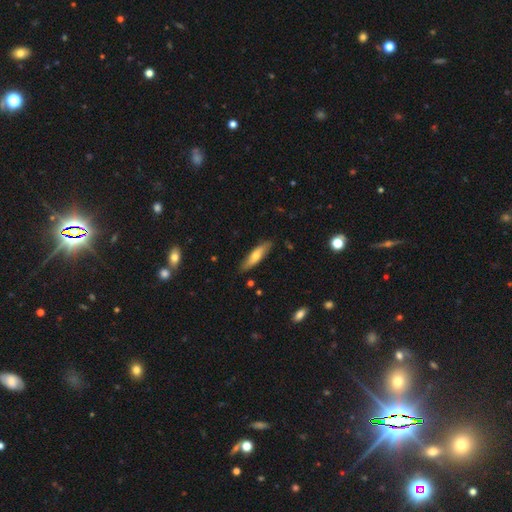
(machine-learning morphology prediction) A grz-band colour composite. It shows a smooth galaxy with no disk features (61%) that is cigar-shaped (66%). Merging: none (84%).